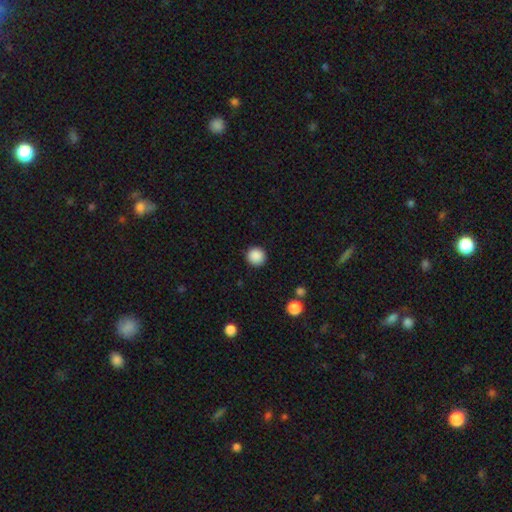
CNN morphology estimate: Q: Smooth or featured?
A: smooth (88%); runner-up: star or artifact (9%)
Q: How rounded?
A: round (95%); runner-up: in between (4%)
Q: Merging?
A: none (92%); runner-up: minor disturbance (5%)